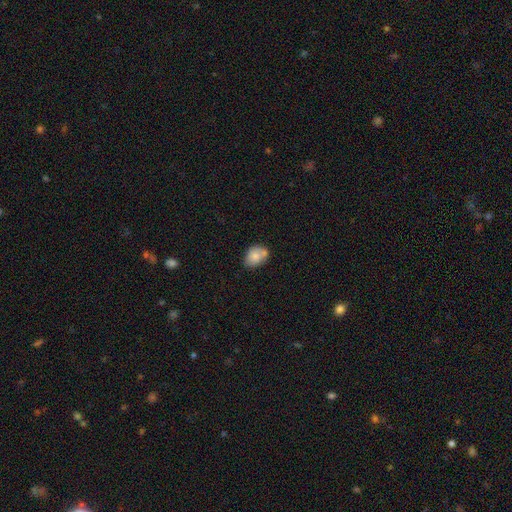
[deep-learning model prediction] A smooth galaxy with no disk features (79%) that is in between round and cigar-shaped (69%).

Vote fractions:
- Smooth or featured? smooth: 79% / featured or disk: 13% / star or artifact: 8%
- How rounded? in between: 69% / round: 30% / cigar-shaped: 1%
- Merging? none: 55% / minor disturbance: 21% / merger: 19% / major disturbance: 5%